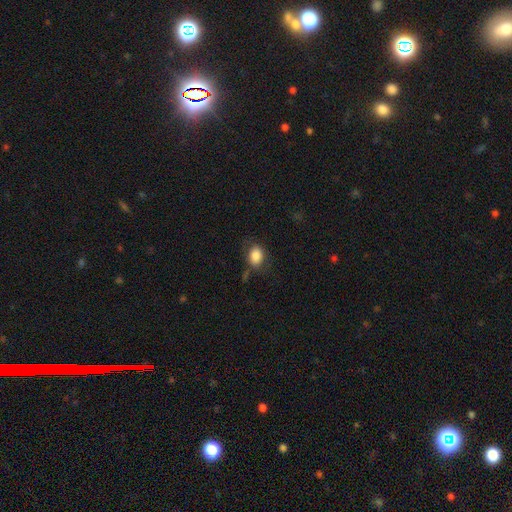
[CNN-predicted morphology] type=smooth (84%); roundness=in between (67%); merging=none (66%).